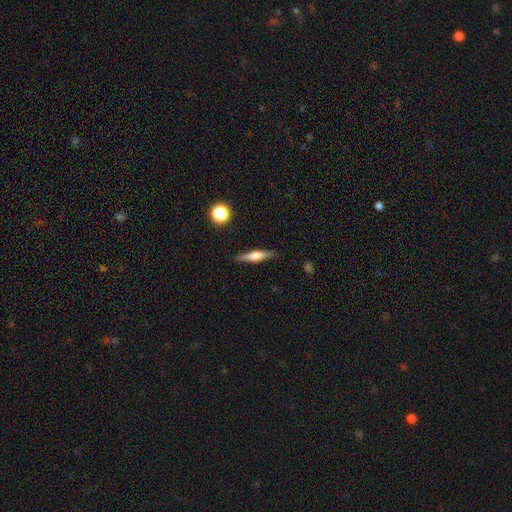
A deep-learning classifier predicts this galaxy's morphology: Smooth or featured: featured or disk — 54% (smooth — 38%)
Edge-on disk: yes — 96% (no — 4%)
Edge-on bulge: rounded — 84% (boxy — 10%)
Merging: none — 89% (minor disturbance — 8%)